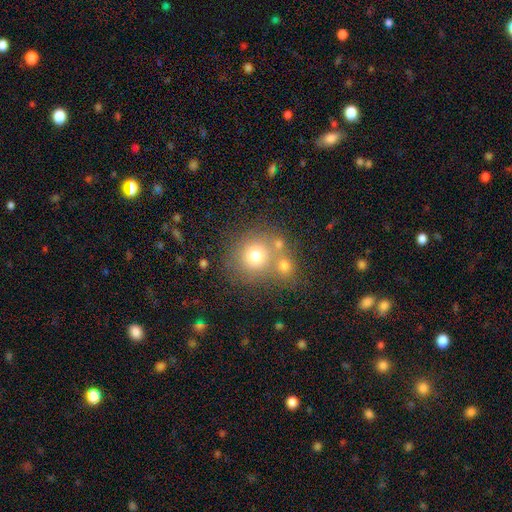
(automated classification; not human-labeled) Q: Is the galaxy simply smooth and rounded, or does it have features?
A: smooth — 72%.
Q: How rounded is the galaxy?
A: round — 85%.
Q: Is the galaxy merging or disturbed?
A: none — 57%.